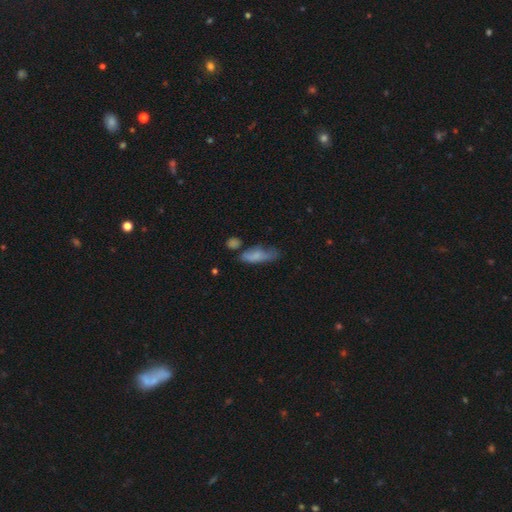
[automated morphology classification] Overall: smooth (72%). How rounded: in between (55%; cigar-shaped 42%). Merging: none (43%; minor disturbance 32%).